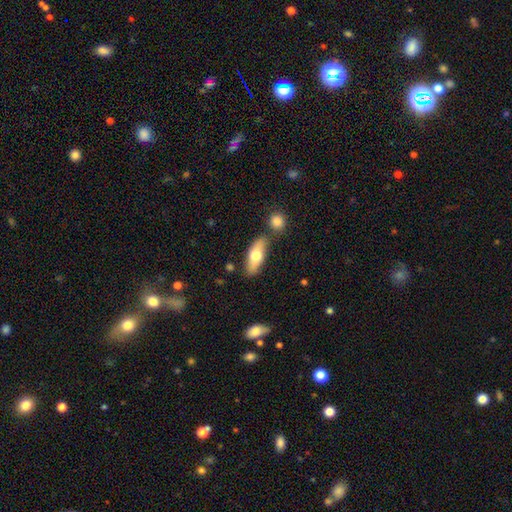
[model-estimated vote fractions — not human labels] Q: Smooth or featured?
A: smooth (64%); runner-up: featured or disk (30%)
Q: How rounded?
A: in between (70%); runner-up: cigar-shaped (27%)
Q: Merging?
A: none (74%); runner-up: minor disturbance (13%)